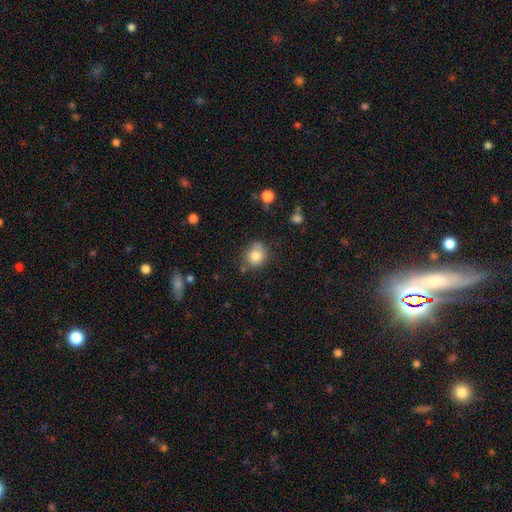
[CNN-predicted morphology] Overall: smooth (82%). How rounded: round (79%). Merging: none (67%).